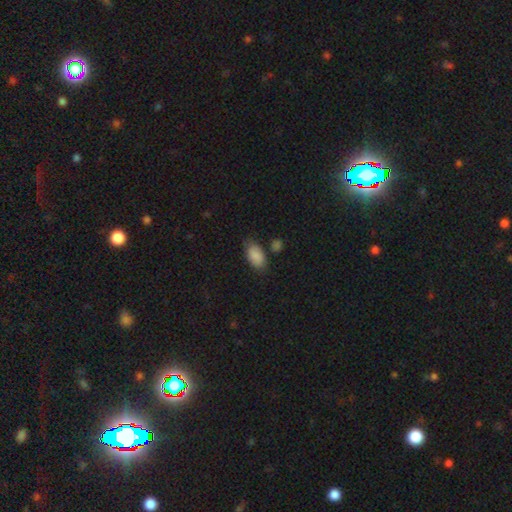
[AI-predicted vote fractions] Smooth or featured: smooth — 87% (star or artifact — 7%)
How rounded: in between — 93% (round — 5%)
Merging: none — 71% (minor disturbance — 19%)